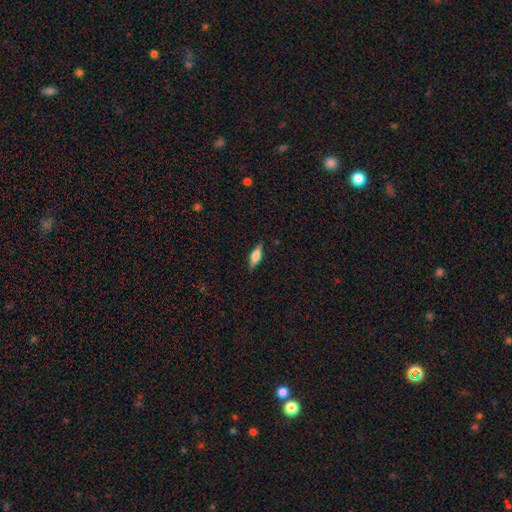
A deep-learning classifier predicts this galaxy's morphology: smooth 64%, featured or disk 29%, star or artifact 7%. Down the decision tree: how rounded — in between (57%); merging — none (85%).